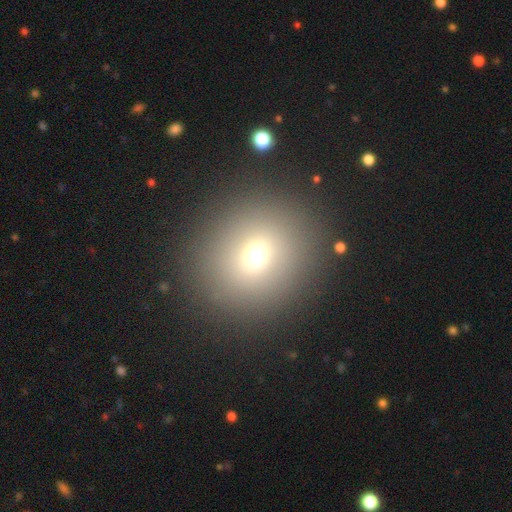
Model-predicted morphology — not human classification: smooth_or_featured: smooth (p=0.68) [alt: star or artifact p=0.20]
how_rounded: round (p=0.88) [alt: in between p=0.11]
merging: none (p=0.89) [alt: minor disturbance p=0.06]